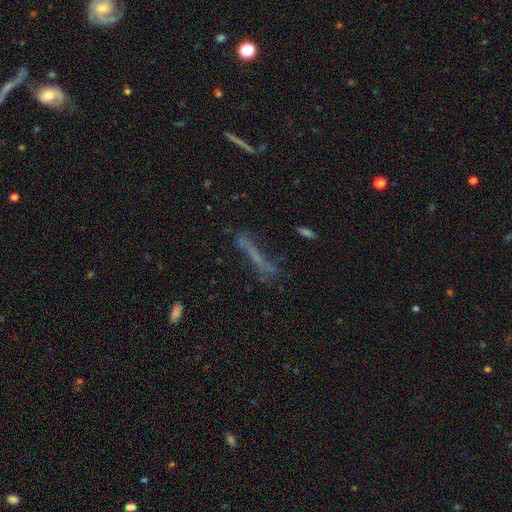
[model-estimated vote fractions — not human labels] Smooth or featured? Predicted: smooth (p=0.40). Merging? Predicted: none (p=0.54).